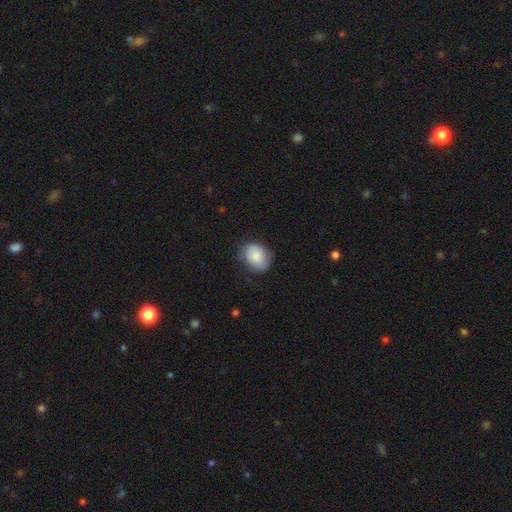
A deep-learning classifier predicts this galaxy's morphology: smooth_or_featured: smooth (p=0.77) [alt: featured or disk p=0.16]
how_rounded: in between (p=0.55) [alt: round p=0.44]
merging: none (p=0.70) [alt: minor disturbance p=0.22]